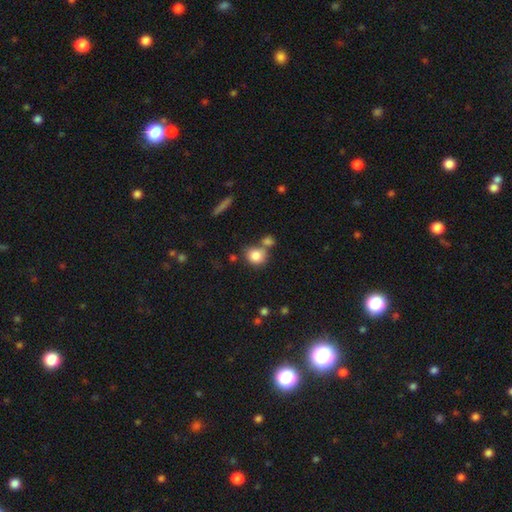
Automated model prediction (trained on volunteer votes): A smooth galaxy with no disk features (83%) that is round (77%).

Vote fractions:
- Smooth or featured? smooth: 83% / star or artifact: 9% / featured or disk: 8%
- How rounded? round: 77% / in between: 22% / cigar-shaped: 1%
- Merging? none: 57% / merger: 27% / minor disturbance: 12% / major disturbance: 4%